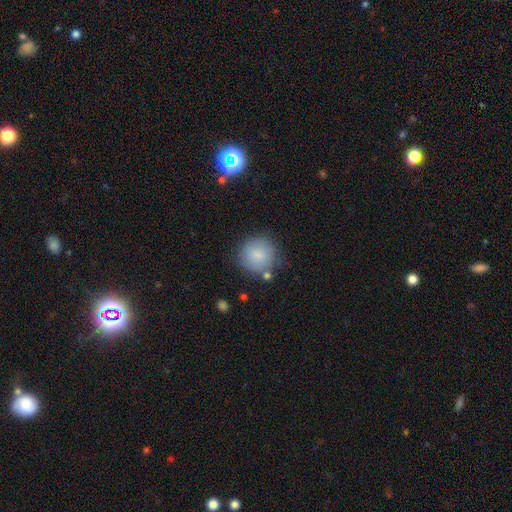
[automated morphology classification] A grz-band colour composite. It shows a smooth galaxy with no disk features (85%) that is round (93%). Merging: none (78%).